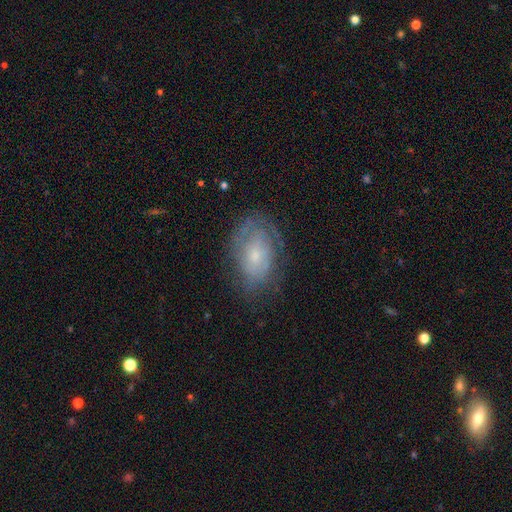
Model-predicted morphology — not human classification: Smooth or featured?
  - featured or disk: 53% *
  - smooth: 38%
  - star or artifact: 9%
Edge-on disk?
  - no: 94% *
  - yes: 6%
Bar?
  - no: 76% *
  - weak: 21%
  - strong: 3%
Spiral arms?
  - yes: 64% *
  - no: 36%
Bulge size?
  - small: 60% *
  - moderate: 31%
  - none: 5%
  - large: 3%
  - dominant: 1%
Merging?
  - none: 66% *
  - minor disturbance: 22%
  - major disturbance: 10%
  - merger: 1%